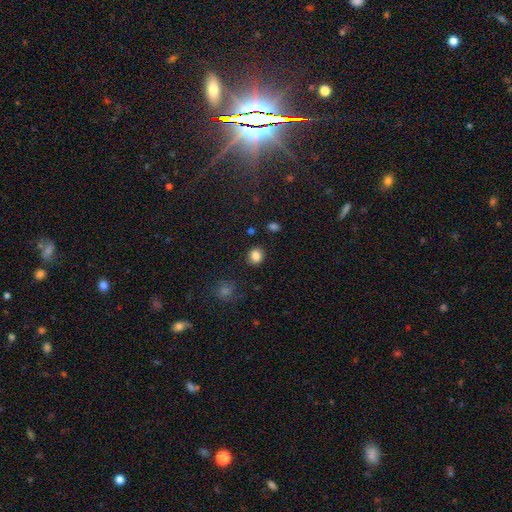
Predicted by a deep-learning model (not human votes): smooth_or_featured: smooth (p=0.84) [alt: star or artifact p=0.11]
how_rounded: round (p=0.76) [alt: in between p=0.23]
merging: none (p=0.86) [alt: minor disturbance p=0.09]